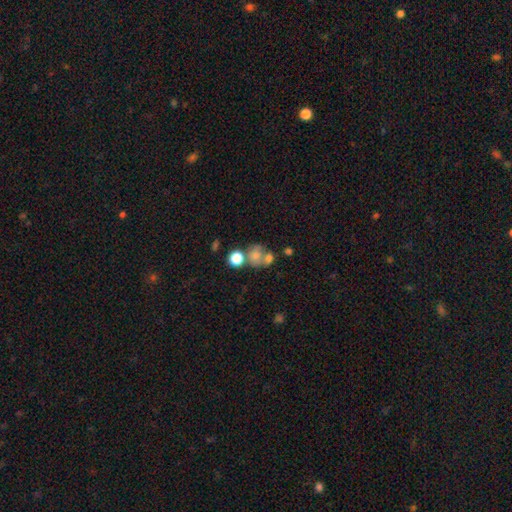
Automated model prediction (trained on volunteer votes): smooth 65%, featured or disk 21%, star or artifact 14%. Down the decision tree: how rounded — round (70%); merging — merger (46%).